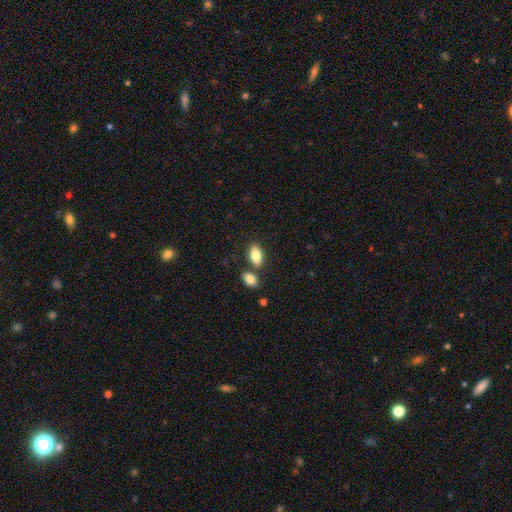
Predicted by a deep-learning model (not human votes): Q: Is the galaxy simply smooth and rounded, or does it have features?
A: smooth — 80%.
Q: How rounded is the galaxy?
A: in between — 86%.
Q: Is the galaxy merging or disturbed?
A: none — 68%.